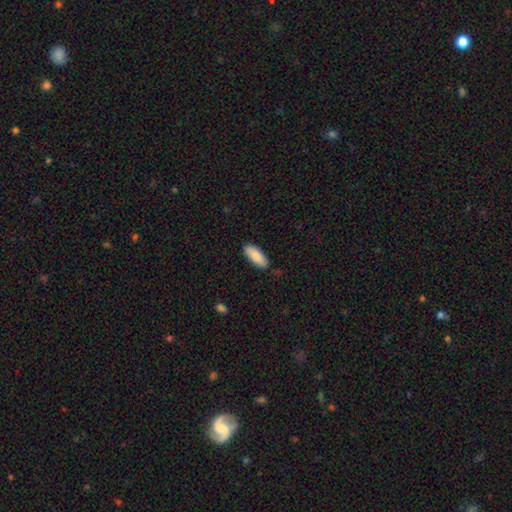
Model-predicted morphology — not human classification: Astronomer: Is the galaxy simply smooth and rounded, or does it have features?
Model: smooth — 88%.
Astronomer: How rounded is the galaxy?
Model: in between — 76%.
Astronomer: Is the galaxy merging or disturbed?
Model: none — 85%.